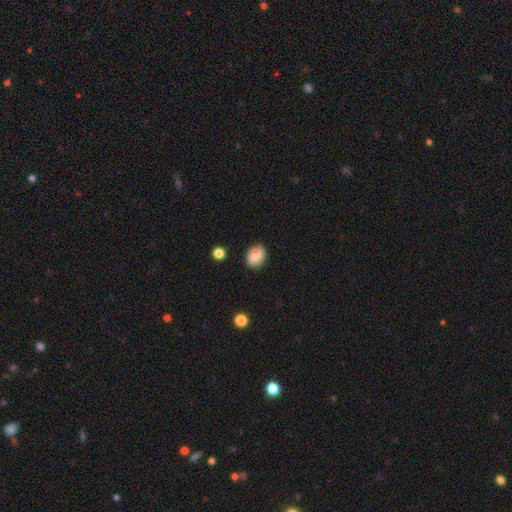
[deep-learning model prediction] Overall: smooth (79%). How rounded: in between (63%; round 36%). Merging: none (71%).